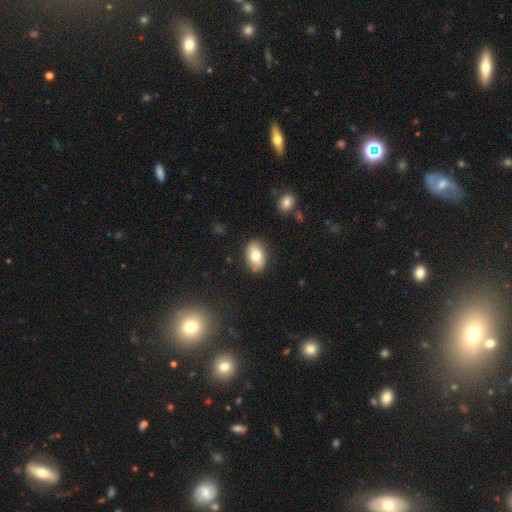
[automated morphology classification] This is likely a smooth galaxy (73%). How rounded: clearly in between (84%). Merging: clearly none (84%).